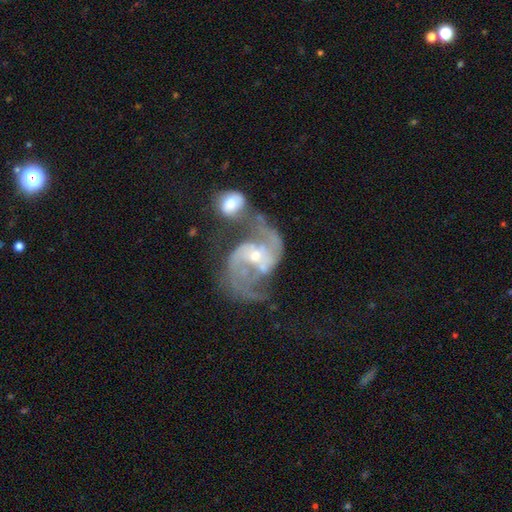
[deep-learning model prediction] The model was most divided on "spiral winding": medium: 48%, loose: 41%, tight: 12%. Remaining: edge-on disk — no (98%); spiral arms — yes (96%); smooth or featured — featured or disk (90%); spiral arm count — 2 (88%); bulge size — small (56%); bar — no (50%); merging — merger (44%).